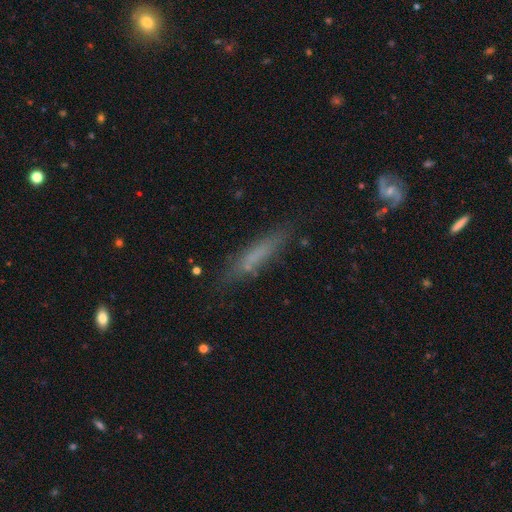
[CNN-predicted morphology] Smooth or featured?
  - smooth: 58% *
  - featured or disk: 31%
  - star or artifact: 11%
How rounded?
  - cigar-shaped: 86% *
  - in between: 12%
  - round: 2%
Merging?
  - none: 73% *
  - minor disturbance: 18%
  - major disturbance: 6%
  - merger: 3%